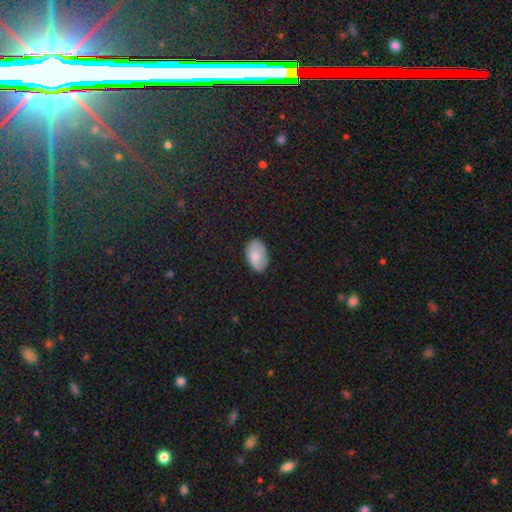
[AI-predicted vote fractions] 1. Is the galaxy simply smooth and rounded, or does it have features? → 80% smooth, 13% featured or disk, 7% star or artifact.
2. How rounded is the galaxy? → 91% in between, 8% round, 1% cigar-shaped.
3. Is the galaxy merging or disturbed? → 80% none, 16% minor disturbance, 3% major disturbance, 1% merger.